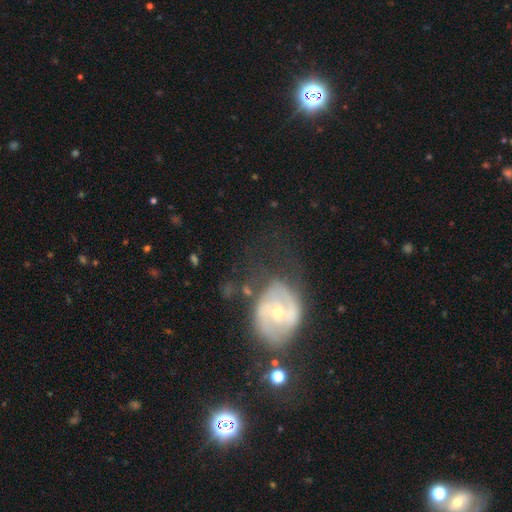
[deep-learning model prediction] Smooth or featured? featured or disk (67%)
Edge-on disk? no (95%)
Bar? no (66%)
Spiral arms? yes (55%)
Bulge size? moderate (48%)
Merging? none (51%)